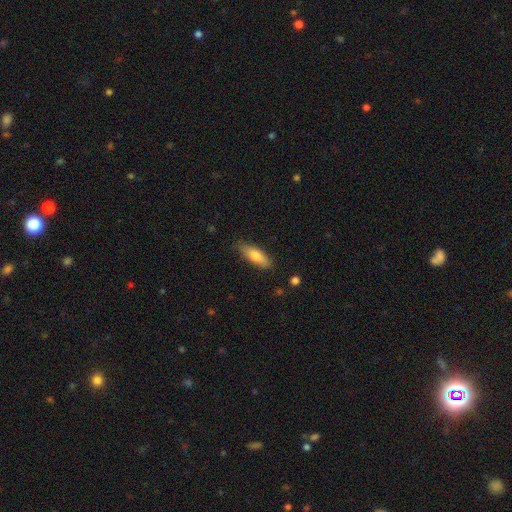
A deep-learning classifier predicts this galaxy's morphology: Smooth or featured?
  - smooth: 78% *
  - featured or disk: 16%
  - star or artifact: 6%
How rounded?
  - in between: 59% *
  - cigar-shaped: 39%
  - round: 2%
Merging?
  - none: 80% *
  - minor disturbance: 16%
  - major disturbance: 3%
  - merger: 1%